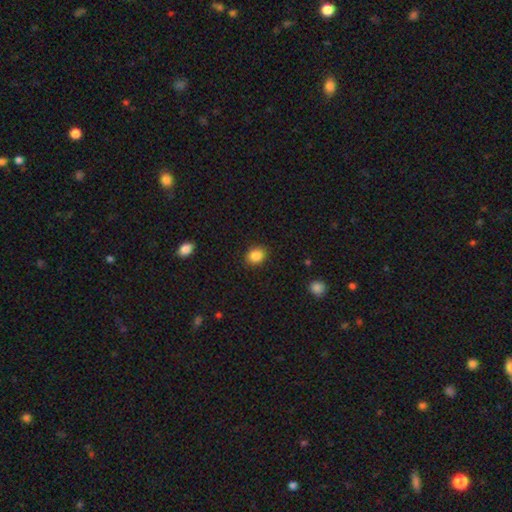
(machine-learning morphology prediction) type=smooth (87%); roundness=round (57%); merging=none (89%).